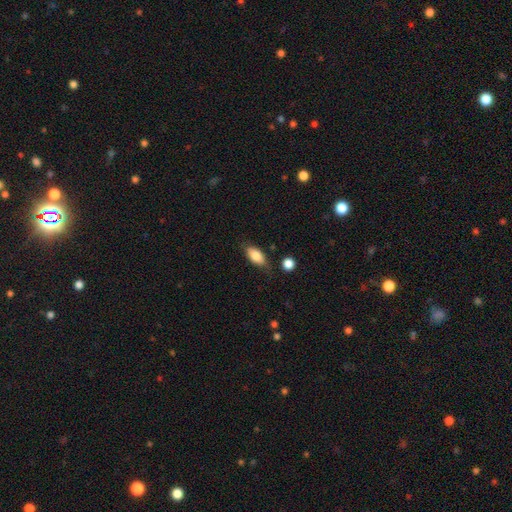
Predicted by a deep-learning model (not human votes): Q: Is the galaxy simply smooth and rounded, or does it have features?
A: smooth — 80%.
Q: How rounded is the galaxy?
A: in between — 88%.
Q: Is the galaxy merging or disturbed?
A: none — 71%.